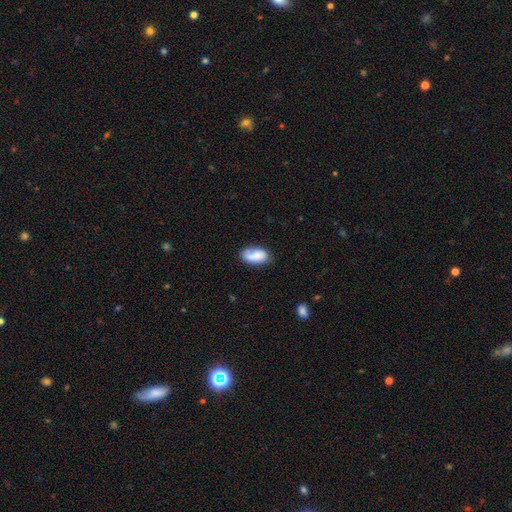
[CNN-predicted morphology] A smooth galaxy with no disk features (70%) that is in between round and cigar-shaped (93%). Merging: none (58%).